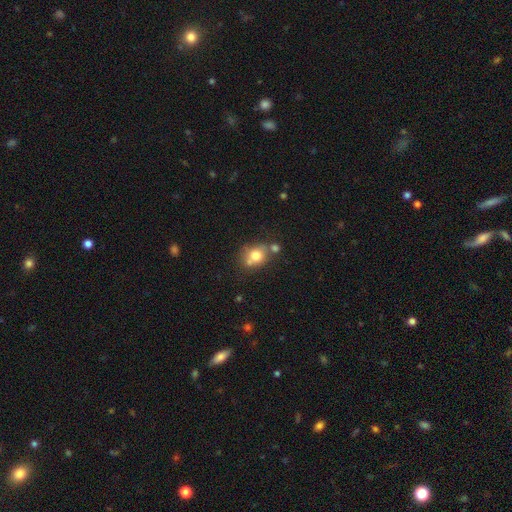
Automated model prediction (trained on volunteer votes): Smooth or featured? Predicted: smooth (p=0.73). How rounded? Predicted: round (p=0.64). Merging? Predicted: none (p=0.50).